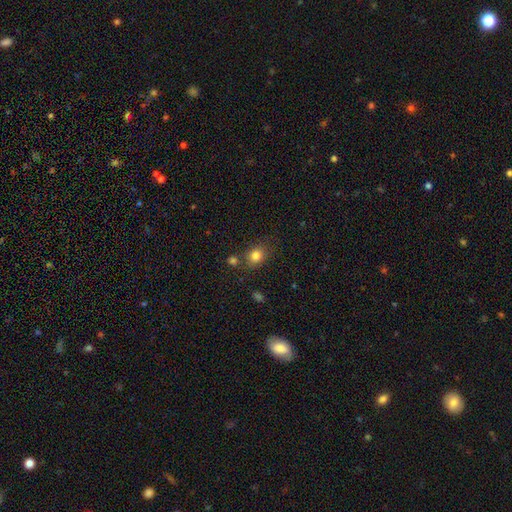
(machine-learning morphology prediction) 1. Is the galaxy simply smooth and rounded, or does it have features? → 81% smooth, 12% star or artifact, 7% featured or disk.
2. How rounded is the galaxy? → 58% round, 41% in between, 1% cigar-shaped.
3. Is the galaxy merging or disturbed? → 73% none, 12% minor disturbance, 11% merger, 4% major disturbance.